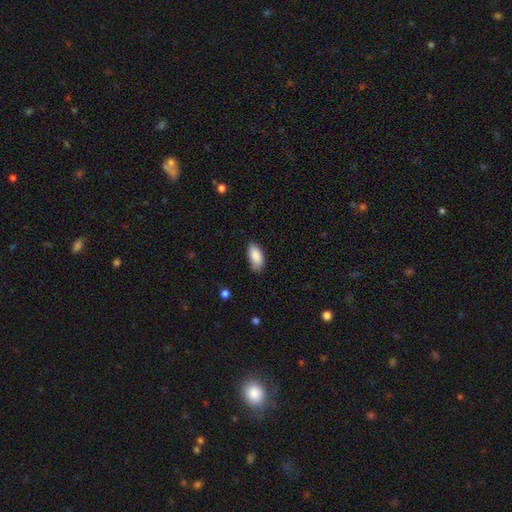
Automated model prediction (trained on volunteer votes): Smooth or featured? smooth (89%)
How rounded? in between (93%)
Merging? none (77%)